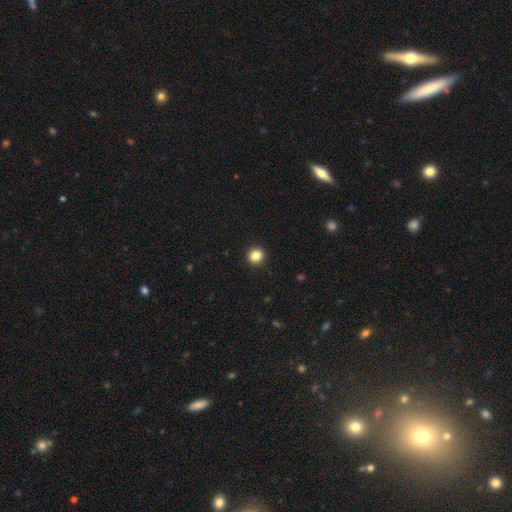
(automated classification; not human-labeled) Smooth or featured?
  - smooth: 85% *
  - star or artifact: 11%
  - featured or disk: 4%
How rounded?
  - round: 90% *
  - in between: 9%
  - cigar-shaped: 1%
Merging?
  - none: 93% *
  - minor disturbance: 5%
  - major disturbance: 2%
  - merger: 1%